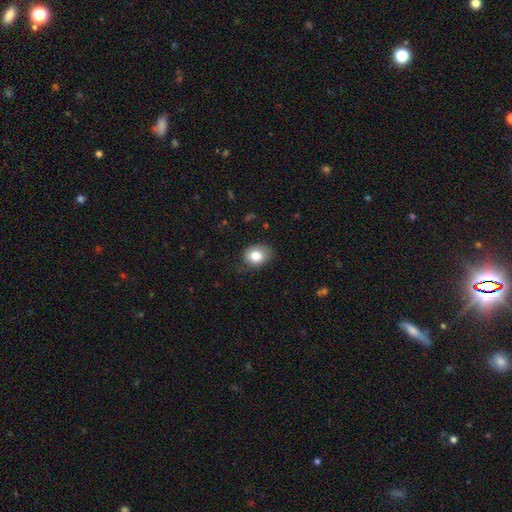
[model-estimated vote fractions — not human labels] smooth-or-featured: smooth: 82% | star or artifact: 9% | featured or disk: 9%
  how-rounded: in between: 50% | round: 49% | cigar-shaped: 1%
  merging: none: 77% | minor disturbance: 18% | major disturbance: 4% | merger: 1%